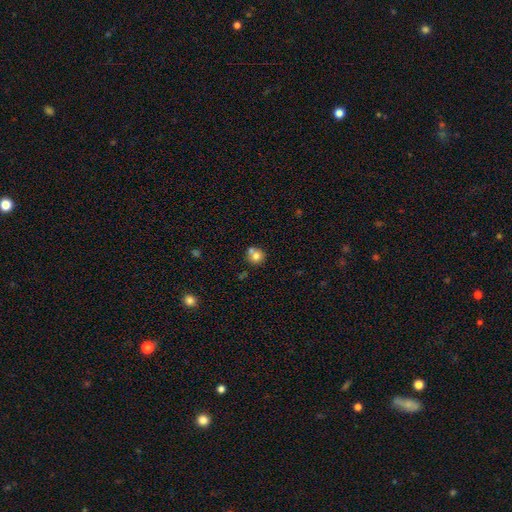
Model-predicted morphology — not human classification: Smooth or featured?
  - smooth: 76% *
  - featured or disk: 14%
  - star or artifact: 10%
How rounded?
  - round: 84% *
  - in between: 15%
  - cigar-shaped: 1%
Merging?
  - none: 49% *
  - merger: 38%
  - minor disturbance: 10%
  - major disturbance: 3%